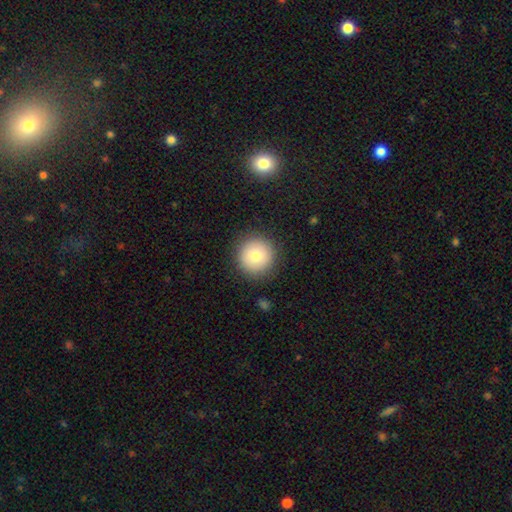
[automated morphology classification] This appears to be a smooth galaxy with no disk features (78%) that is round (95%). Merging: none (89%).